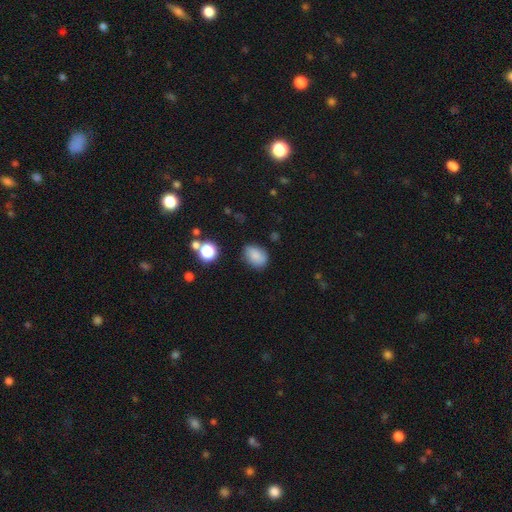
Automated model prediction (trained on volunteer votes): A smooth galaxy with no disk features (81%) that is in between round and cigar-shaped (74%). Merging: none (75%).